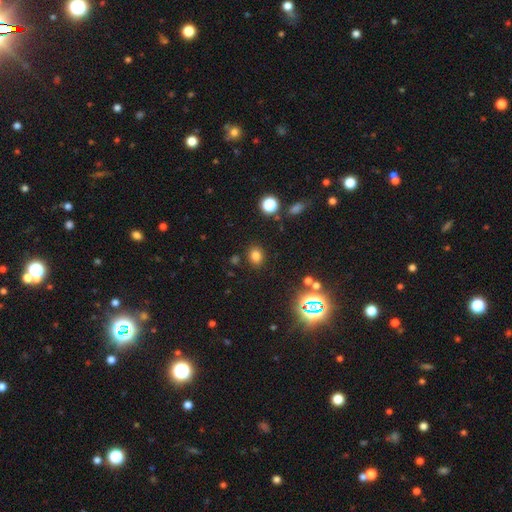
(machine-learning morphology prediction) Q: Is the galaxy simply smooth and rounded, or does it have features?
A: smooth — 76%.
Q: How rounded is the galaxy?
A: round — 53%.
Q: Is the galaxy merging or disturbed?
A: none — 85%.